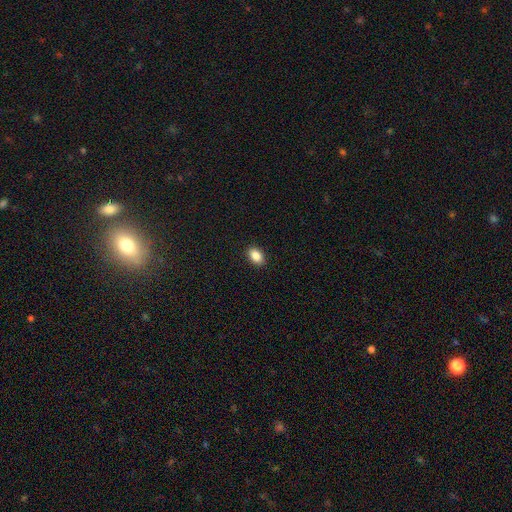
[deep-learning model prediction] smooth 87%, star or artifact 8%, featured or disk 4%. Down the decision tree: how rounded — in between (84%); merging — none (91%).